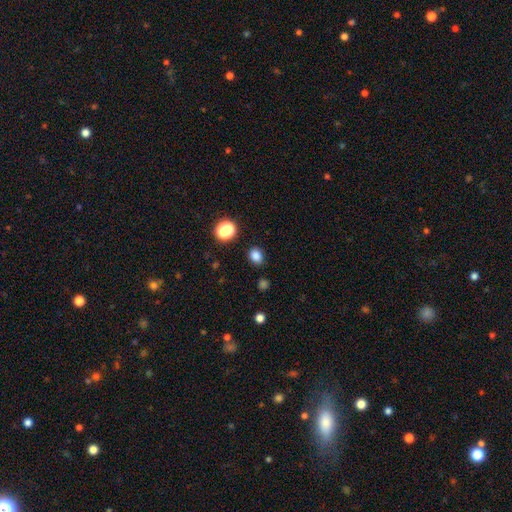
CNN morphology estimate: This is clearly a smooth galaxy (83%). How rounded: possibly round (50%). Merging: clearly none (87%).